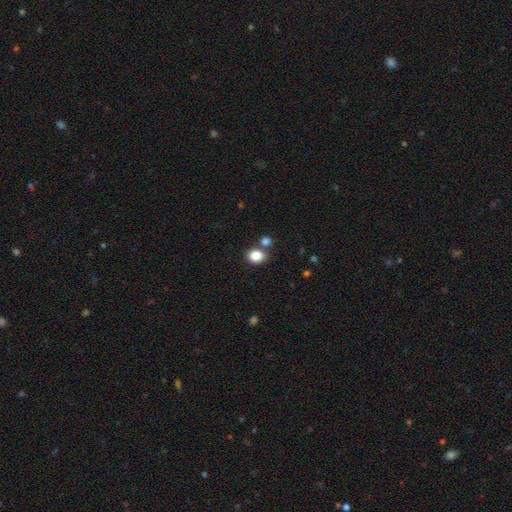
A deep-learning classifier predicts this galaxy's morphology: This is clearly a smooth galaxy (84%). How rounded: possibly round (59%). Merging: likely none (68%).